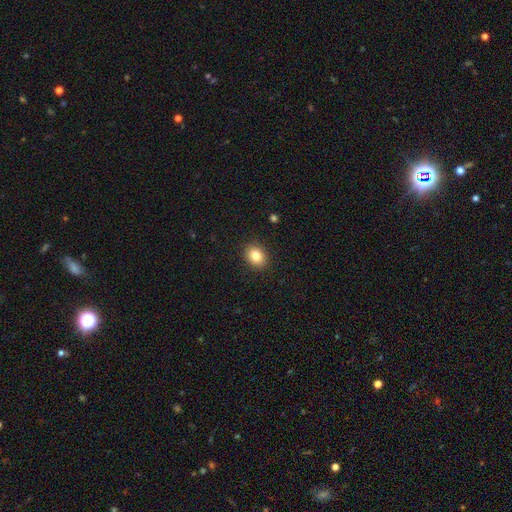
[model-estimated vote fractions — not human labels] Q: Smooth or featured?
A: smooth (83%); runner-up: star or artifact (10%)
Q: How rounded?
A: in between (56%); runner-up: round (43%)
Q: Merging?
A: none (90%); runner-up: minor disturbance (7%)